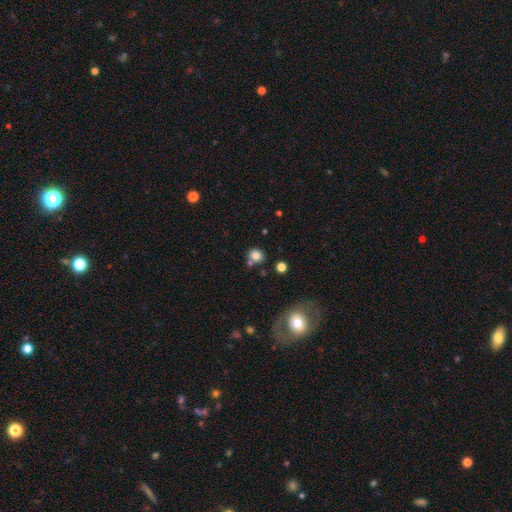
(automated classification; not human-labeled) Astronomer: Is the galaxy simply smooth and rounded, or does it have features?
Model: smooth — 81%.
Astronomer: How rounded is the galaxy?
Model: round — 77%.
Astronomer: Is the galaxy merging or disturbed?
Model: none — 70%.